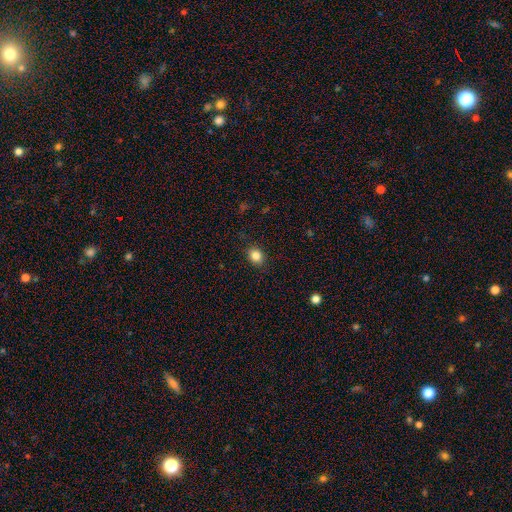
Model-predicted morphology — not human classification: A smooth galaxy with no disk features (84%) that is round (53%).

Vote fractions:
- Smooth or featured? smooth: 84% / star or artifact: 11% / featured or disk: 6%
- How rounded? round: 53% / in between: 46% / cigar-shaped: 1%
- Merging? none: 87% / minor disturbance: 10% / major disturbance: 2% / merger: 1%